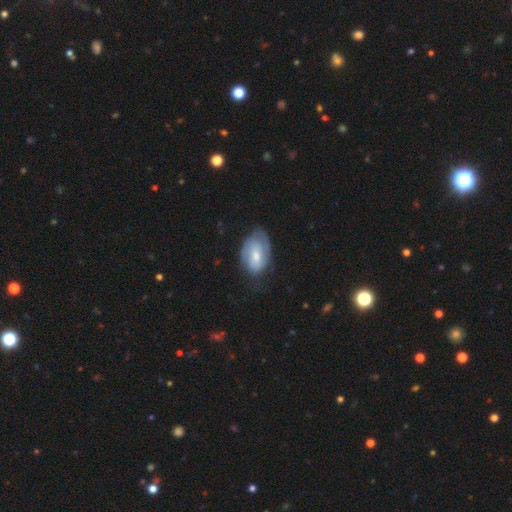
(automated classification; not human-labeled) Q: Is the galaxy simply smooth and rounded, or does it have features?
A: smooth — 51%.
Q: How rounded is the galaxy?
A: in between — 87%.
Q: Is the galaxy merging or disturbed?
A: none — 54%.